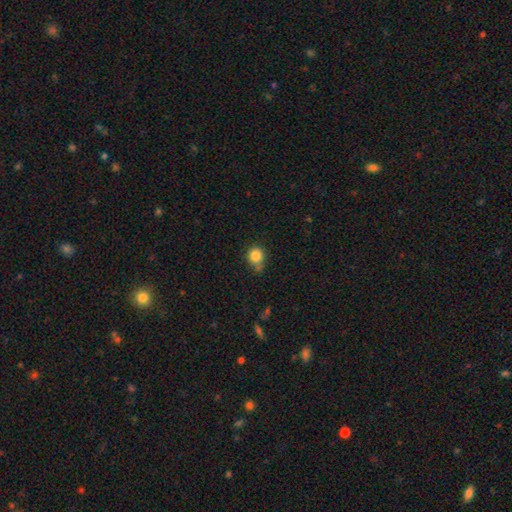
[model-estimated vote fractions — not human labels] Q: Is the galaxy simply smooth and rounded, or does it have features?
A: smooth — 84%.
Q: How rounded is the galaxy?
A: round — 86%.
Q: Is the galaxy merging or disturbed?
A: none — 59%.